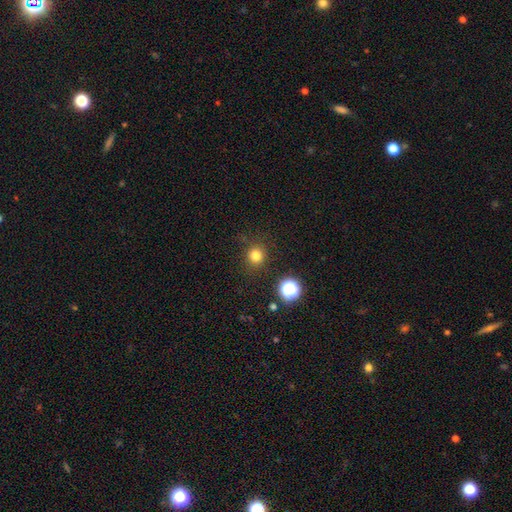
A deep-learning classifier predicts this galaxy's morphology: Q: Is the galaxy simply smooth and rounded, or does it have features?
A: smooth — 79%.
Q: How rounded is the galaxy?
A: round — 90%.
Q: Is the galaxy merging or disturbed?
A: none — 86%.